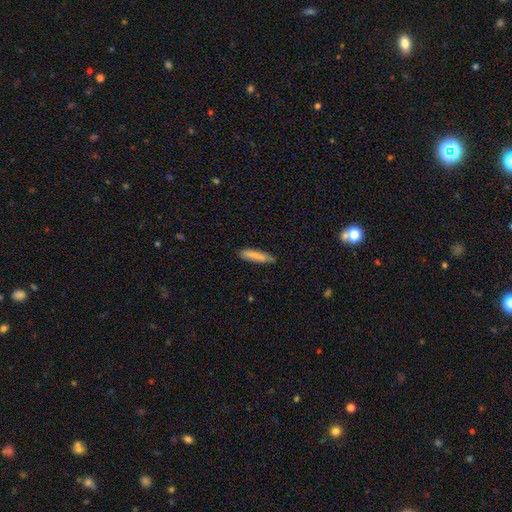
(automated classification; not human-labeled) smooth_or_featured: smooth (p=0.82) [alt: featured or disk p=0.12]
how_rounded: cigar-shaped (p=0.78) [alt: in between p=0.20]
merging: none (p=0.79) [alt: minor disturbance p=0.17]